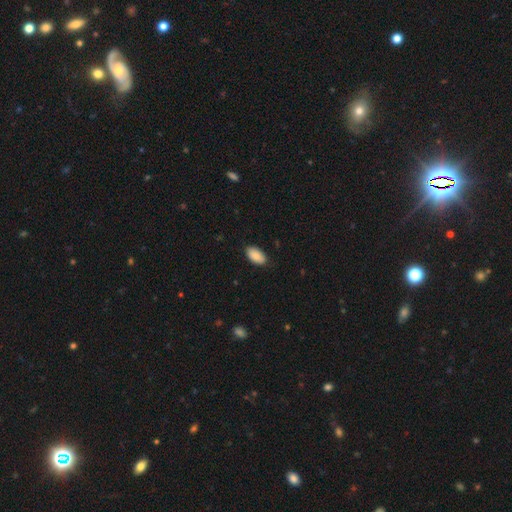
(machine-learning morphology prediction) The model was most divided on "merging": none: 86%, minor disturbance: 11%, major disturbance: 2%, merger: 1%. More confident: how rounded — in between (95%); smooth or featured — smooth (89%).